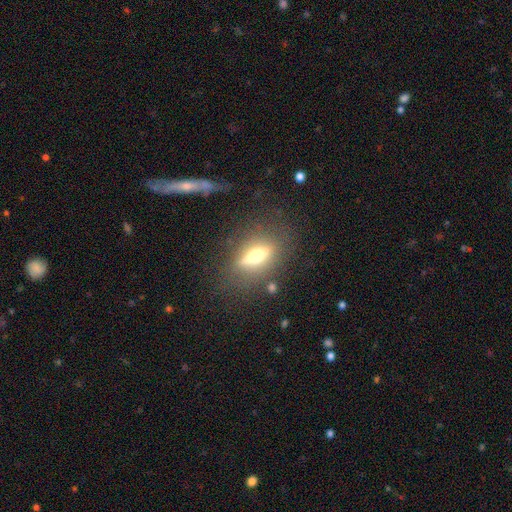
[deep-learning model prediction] Morphology: type=featured or disk (57%); edge-on=yes (78%); merging=none (77%).